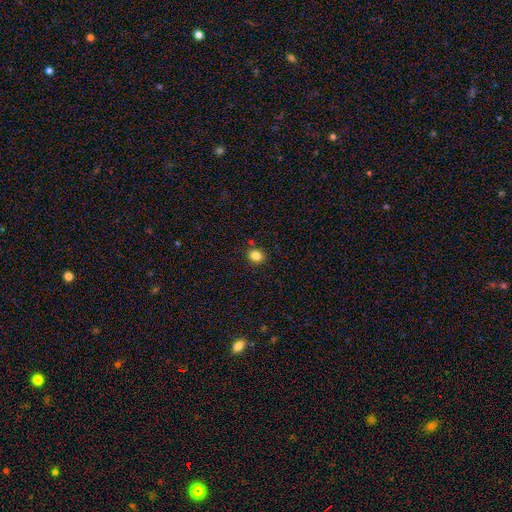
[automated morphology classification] Overall: smooth (83%). How rounded: round (56%; in between 43%). Merging: none (83%).